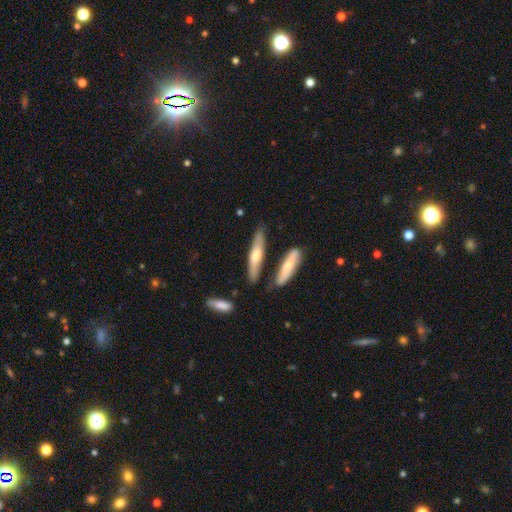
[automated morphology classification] smooth-or-featured: featured or disk: 49% | smooth: 45% | star or artifact: 6%
  merging: none: 75% | minor disturbance: 13% | merger: 9% | major disturbance: 3%